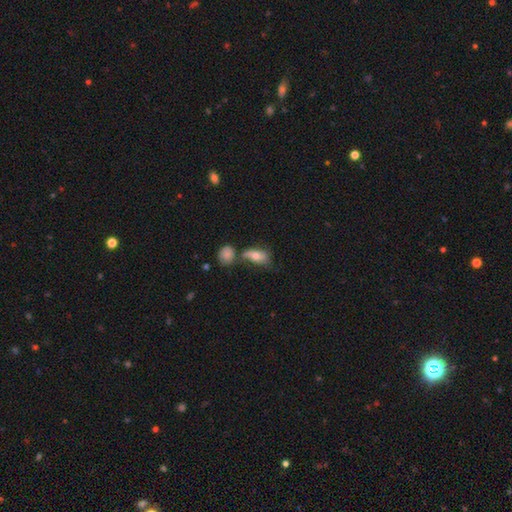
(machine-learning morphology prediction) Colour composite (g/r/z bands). It shows a smooth galaxy with no disk features (67%) that is in between round and cigar-shaped (82%). Merging: none (41%).